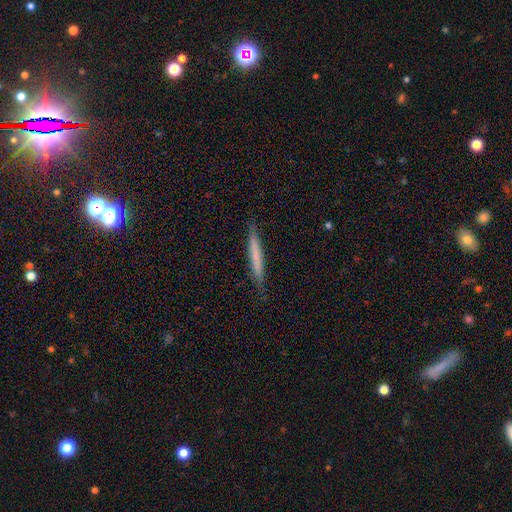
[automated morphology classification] smooth 67%, featured or disk 27%, star or artifact 6%. Down the decision tree: how rounded — cigar-shaped (96%); merging — none (86%).